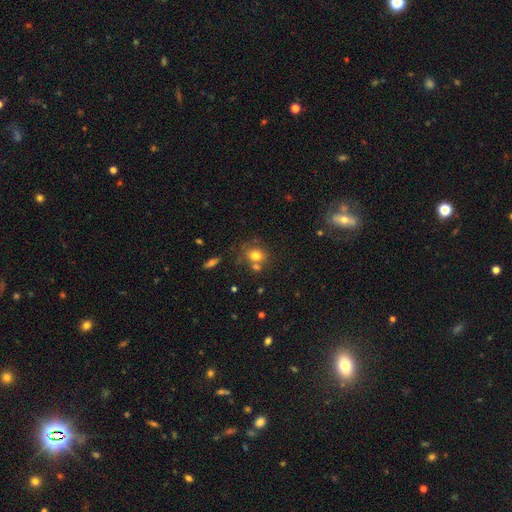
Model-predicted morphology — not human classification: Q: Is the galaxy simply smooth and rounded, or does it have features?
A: smooth — 76%.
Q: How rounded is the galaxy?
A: round — 56%.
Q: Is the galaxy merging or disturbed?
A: none — 53%.